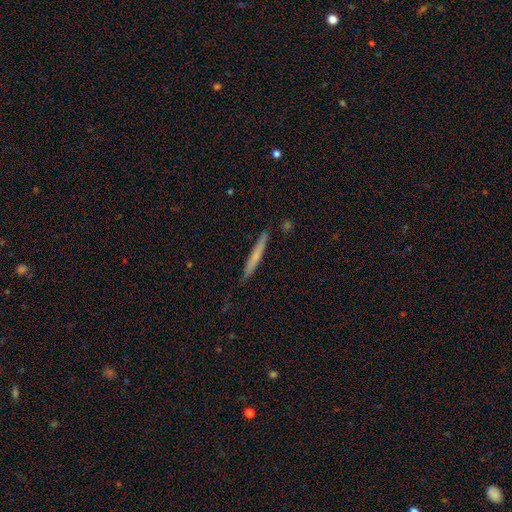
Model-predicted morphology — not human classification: smooth 57%, featured or disk 37%, star or artifact 6%. Down the decision tree: how rounded — cigar-shaped (96%); merging — none (87%).